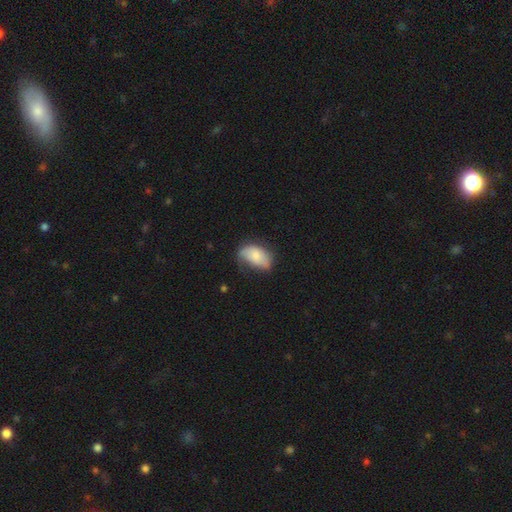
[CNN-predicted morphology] This appears to be a smooth galaxy with no disk features (66%) that is in between round and cigar-shaped (92%). Merging: none (44%).